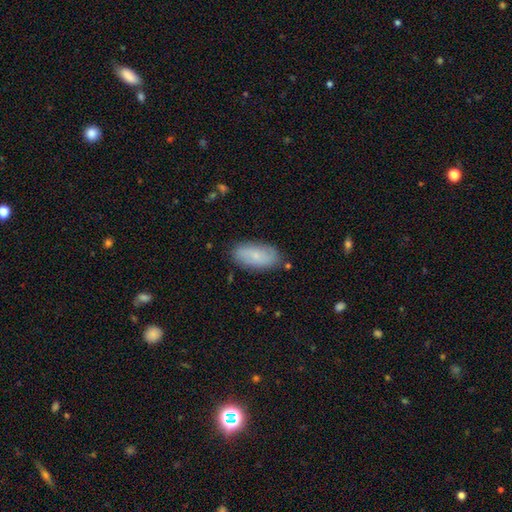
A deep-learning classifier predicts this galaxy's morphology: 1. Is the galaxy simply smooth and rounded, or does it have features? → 63% smooth, 29% featured or disk, 7% star or artifact.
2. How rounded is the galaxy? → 89% in between, 9% cigar-shaped, 3% round.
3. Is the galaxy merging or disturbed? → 82% none, 14% minor disturbance, 3% major disturbance, 2% merger.